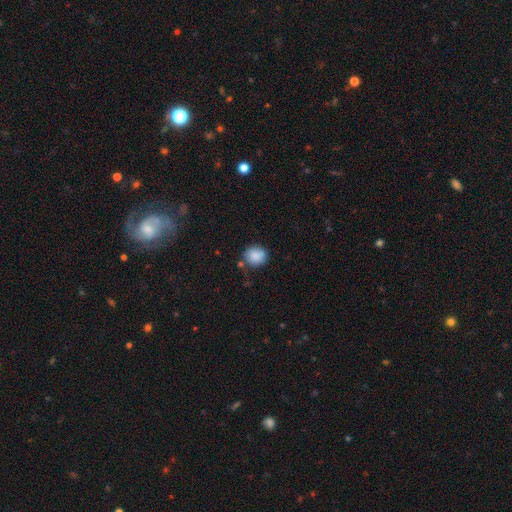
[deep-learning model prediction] This is clearly a smooth galaxy (86%). How rounded: likely round (78%). Merging: likely none (70%).